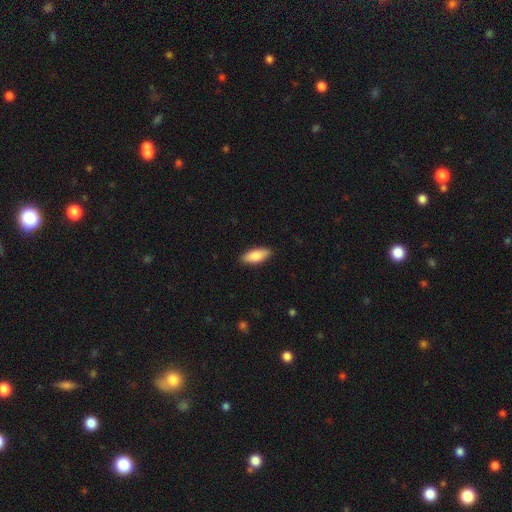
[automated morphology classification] Smooth or featured? smooth (83%)
How rounded? in between (76%)
Merging? none (89%)